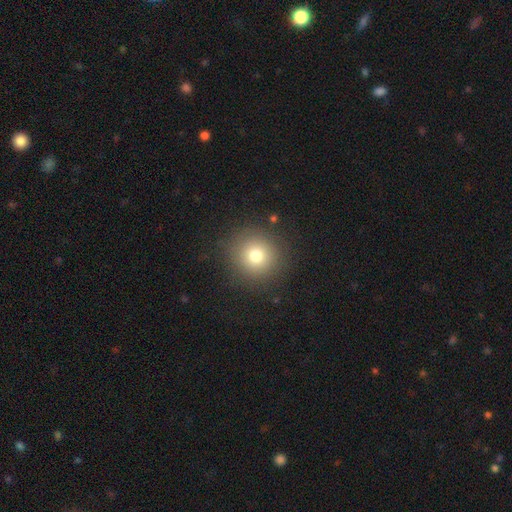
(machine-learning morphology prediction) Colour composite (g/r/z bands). It shows a smooth galaxy with no disk features (76%) that is round (93%). Merging: none (88%).